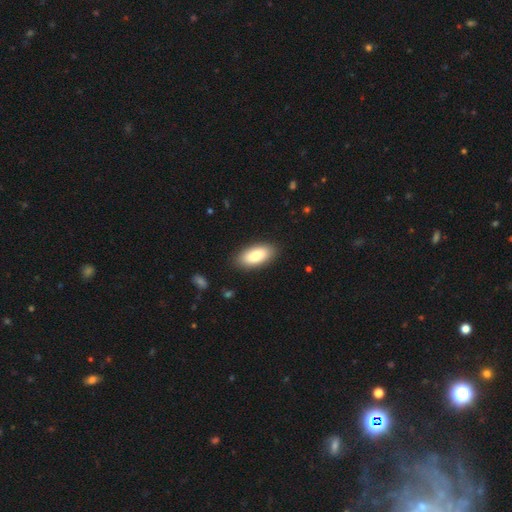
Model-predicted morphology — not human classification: Smooth or featured: smooth — 81% (featured or disk — 13%)
How rounded: in between — 91% (cigar-shaped — 7%)
Merging: none — 88% (minor disturbance — 9%)